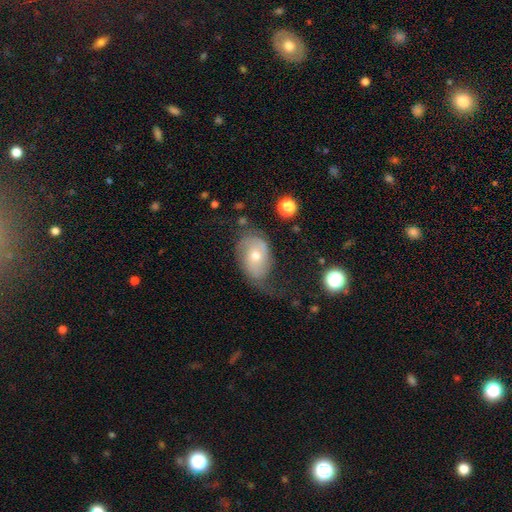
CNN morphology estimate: Overall: featured or disk (53%; smooth 39%). Edge-on disk: no (95%). Merging: none (36%; minor disturbance 31%).